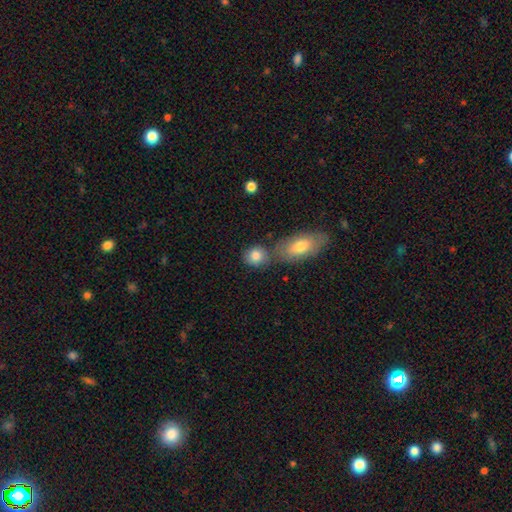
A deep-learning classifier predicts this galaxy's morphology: This appears to be a smooth galaxy with no disk features (84%) that is round (65%). Merging: none (57%).